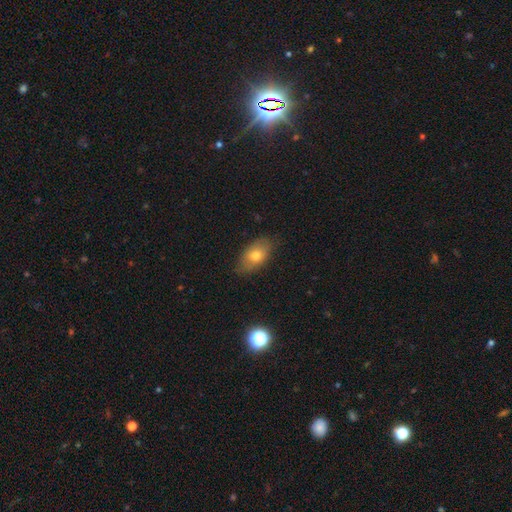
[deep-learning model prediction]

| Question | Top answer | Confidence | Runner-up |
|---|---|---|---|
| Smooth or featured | smooth | 71% | featured or disk (20%) |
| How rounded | in between | 88% | round (9%) |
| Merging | none | 77% | minor disturbance (19%) |